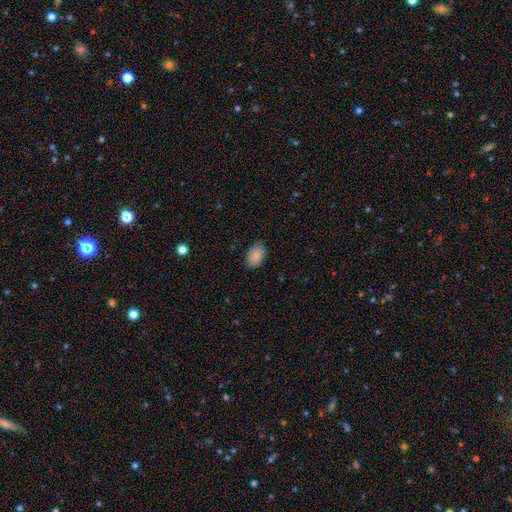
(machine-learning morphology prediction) type=smooth (87%); roundness=in between (92%); merging=none (84%).